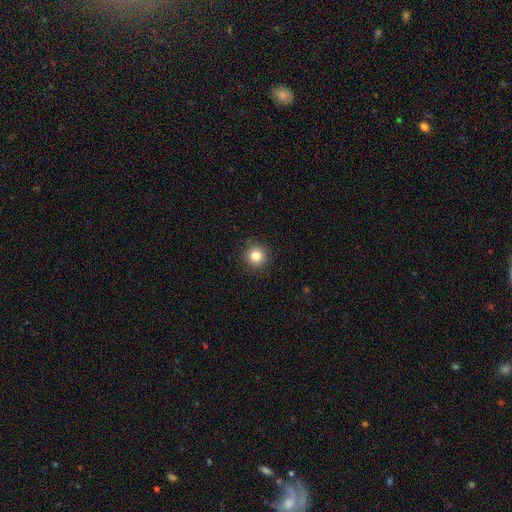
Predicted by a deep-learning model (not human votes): This appears to be a smooth galaxy with no disk features (82%) that is round (95%). Merging: none (91%).